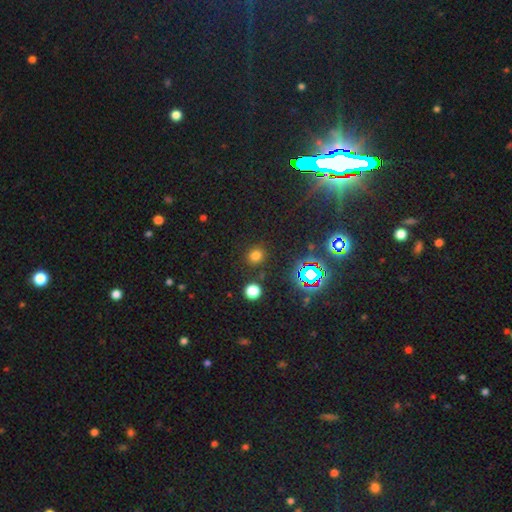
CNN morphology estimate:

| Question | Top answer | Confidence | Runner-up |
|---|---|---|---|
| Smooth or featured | smooth | 69% | star or artifact (25%) |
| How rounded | round | 86% | in between (13%) |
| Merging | none | 87% | minor disturbance (7%) |